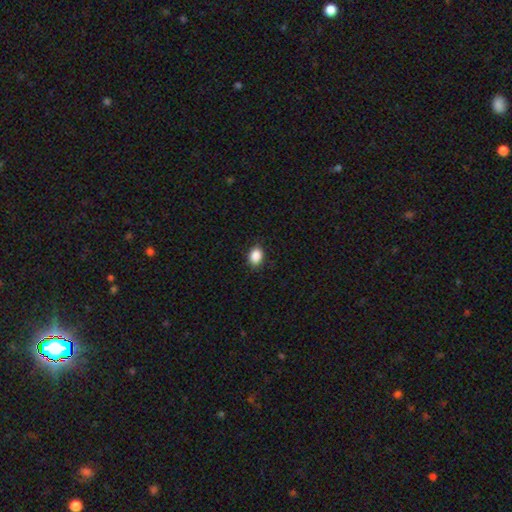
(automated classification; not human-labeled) The model was most divided on "how rounded": in between: 69%, round: 30%, cigar-shaped: 1%. More confident: smooth or featured — smooth (88%); merging — none (86%).